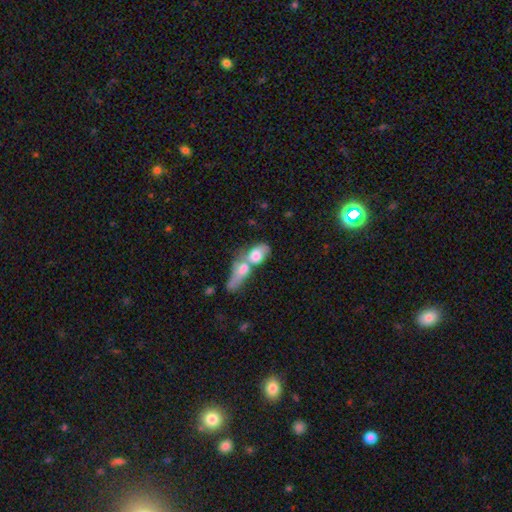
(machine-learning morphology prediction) A smooth galaxy with no disk features (60%) that is in between round and cigar-shaped (70%). Merging: merger (78%).